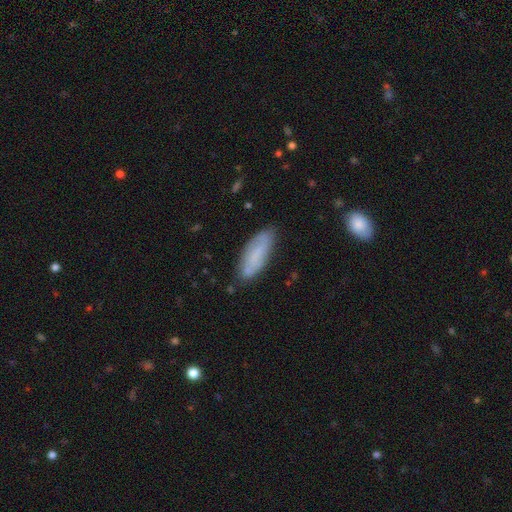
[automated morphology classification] A smooth galaxy with no disk features (64%) that is in between round and cigar-shaped (63%).

Vote fractions:
- Smooth or featured? smooth: 64% / featured or disk: 29% / star or artifact: 8%
- How rounded? in between: 63% / cigar-shaped: 35% / round: 2%
- Merging? none: 77% / minor disturbance: 17% / major disturbance: 4% / merger: 3%